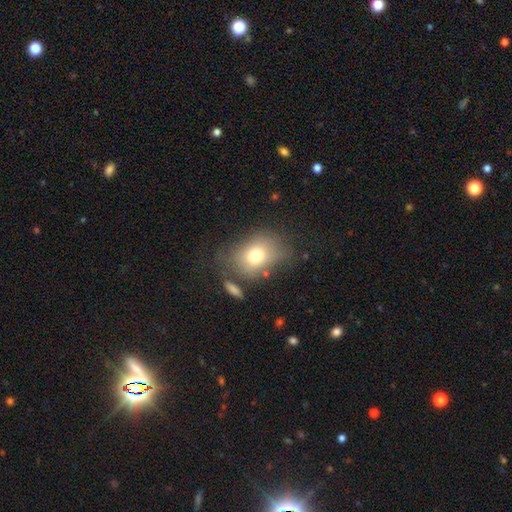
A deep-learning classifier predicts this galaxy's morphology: This is likely a smooth galaxy (73%). How rounded: possibly in between (59%). Merging: likely none (61%).